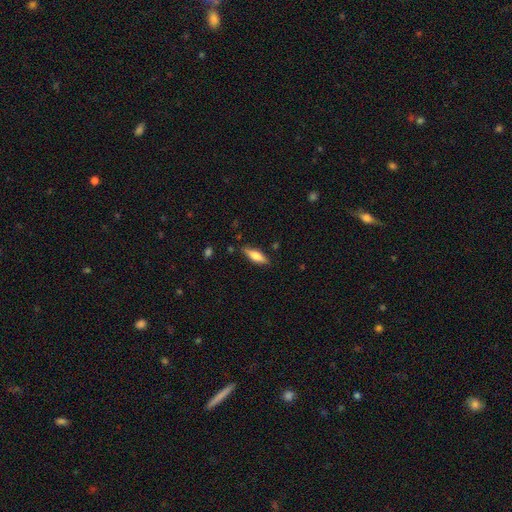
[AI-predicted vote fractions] smooth-or-featured: smooth: 61% | featured or disk: 33% | star or artifact: 6%
  how-rounded: in between: 51% | cigar-shaped: 47% | round: 2%
  merging: none: 83% | minor disturbance: 12% | major disturbance: 3% | merger: 2%